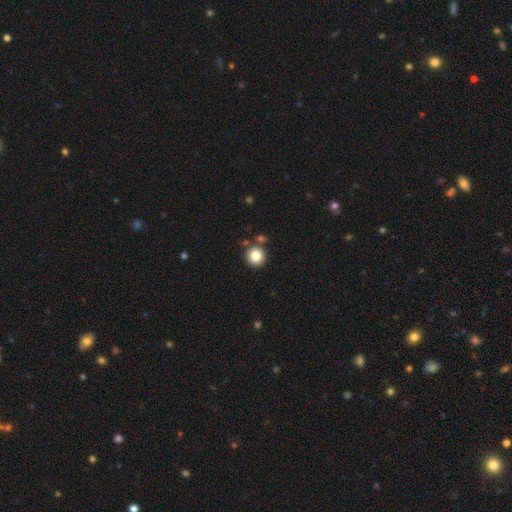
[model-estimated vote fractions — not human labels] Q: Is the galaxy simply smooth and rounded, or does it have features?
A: smooth — 83%.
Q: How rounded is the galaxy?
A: round — 94%.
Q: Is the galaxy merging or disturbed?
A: none — 82%.